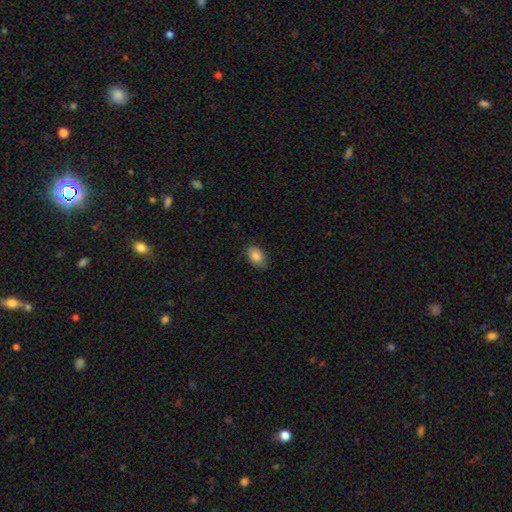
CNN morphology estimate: smooth-or-featured: smooth: 86% | star or artifact: 8% | featured or disk: 6%
  how-rounded: in between: 86% | round: 12% | cigar-shaped: 1%
  merging: none: 84% | minor disturbance: 13% | major disturbance: 3% | merger: 1%